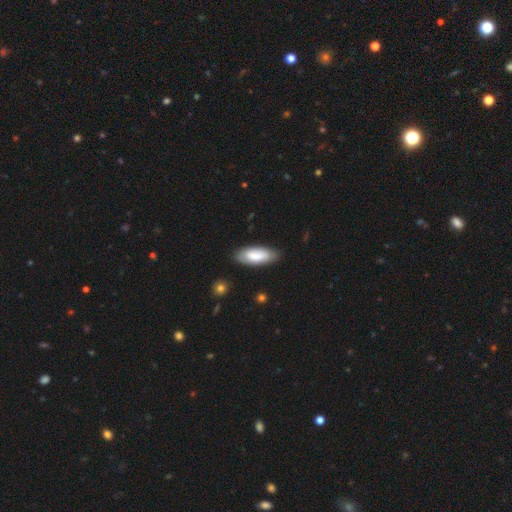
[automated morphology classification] Smooth or featured? smooth (74%)
How rounded? in between (81%)
Merging? none (81%)